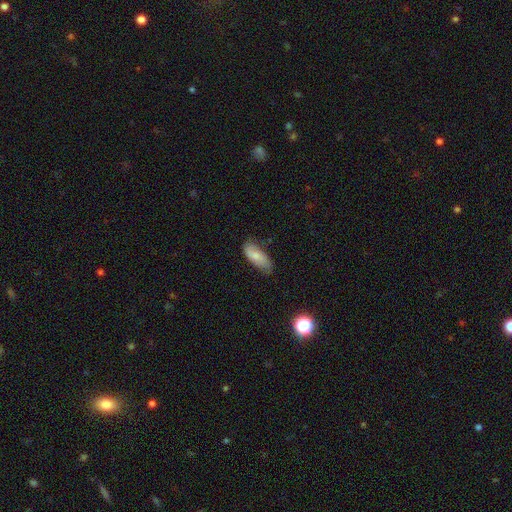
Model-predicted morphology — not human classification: A smooth galaxy with no disk features (71%) that is in between round and cigar-shaped (80%). Merging: none (64%).